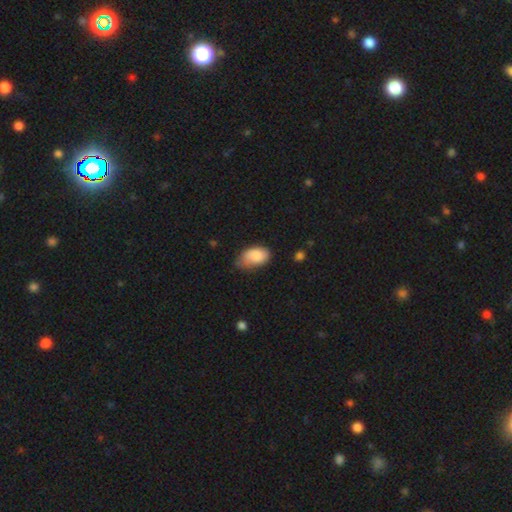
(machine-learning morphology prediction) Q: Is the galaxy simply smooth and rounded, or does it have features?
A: smooth — 85%.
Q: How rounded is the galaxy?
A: in between — 92%.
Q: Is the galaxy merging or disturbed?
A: none — 46%.